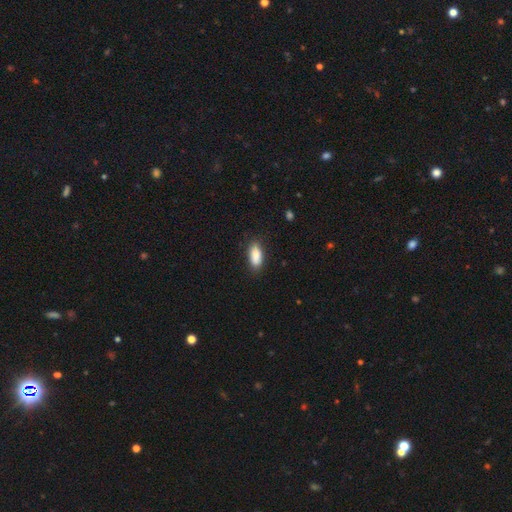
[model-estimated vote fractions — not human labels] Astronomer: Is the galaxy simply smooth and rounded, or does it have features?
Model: smooth — 89%.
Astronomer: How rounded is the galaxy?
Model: in between — 85%.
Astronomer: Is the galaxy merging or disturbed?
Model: none — 84%.